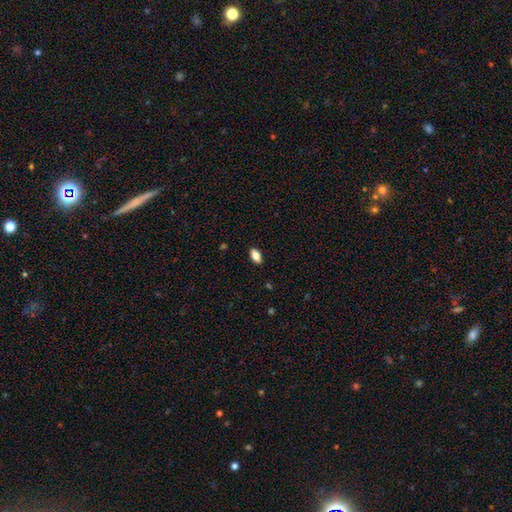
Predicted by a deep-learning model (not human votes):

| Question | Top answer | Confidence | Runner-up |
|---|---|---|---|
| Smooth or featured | smooth | 79% | featured or disk (12%) |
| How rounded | in between | 89% | cigar-shaped (6%) |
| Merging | none | 89% | minor disturbance (8%) |